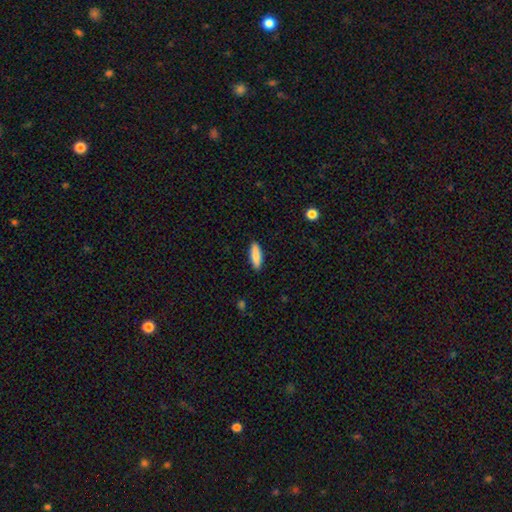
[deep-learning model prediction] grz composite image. It shows a smooth galaxy with no disk features (86%) that is cigar-shaped (50%). Merging: none (89%).